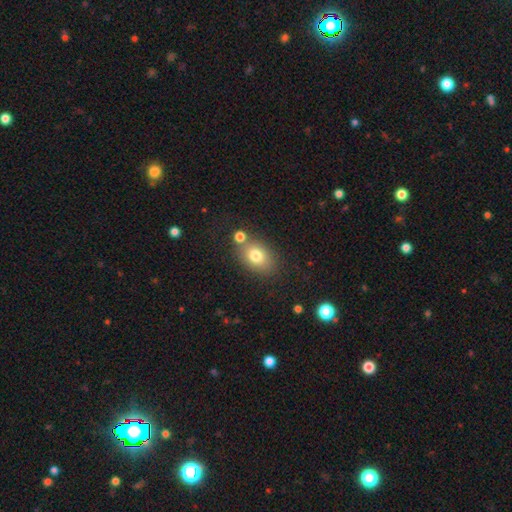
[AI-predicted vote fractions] A smooth galaxy with no disk features (77%) that is in between round and cigar-shaped (72%).

Vote fractions:
- Smooth or featured? smooth: 77% / featured or disk: 12% / star or artifact: 11%
- How rounded? in between: 72% / round: 27% / cigar-shaped: 1%
- Merging? none: 69% / merger: 14% / minor disturbance: 13% / major disturbance: 4%